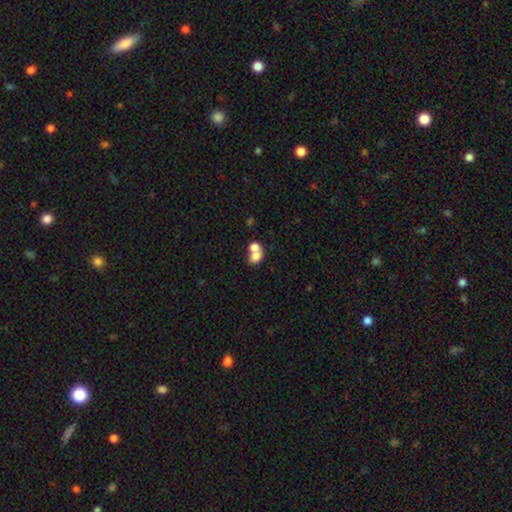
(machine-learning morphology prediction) Overall: smooth (73%). How rounded: in between (57%; round 42%). Merging: merger (68%).